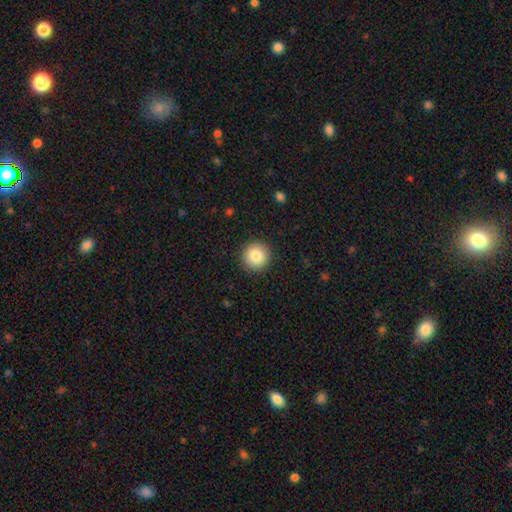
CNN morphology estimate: Smooth or featured? smooth (84%)
How rounded? round (96%)
Merging? none (92%)